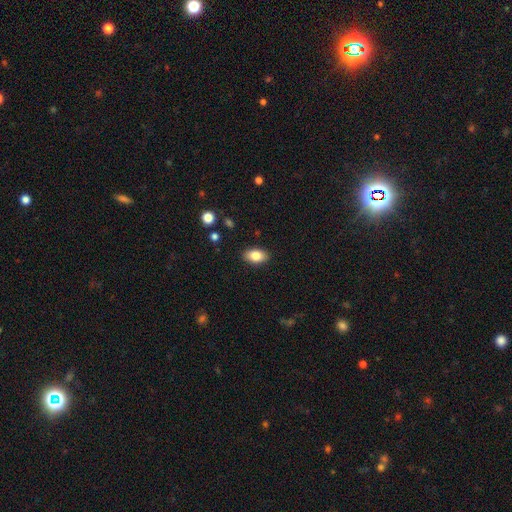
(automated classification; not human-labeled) Smooth or featured? smooth (83%)
How rounded? in between (90%)
Merging? none (89%)